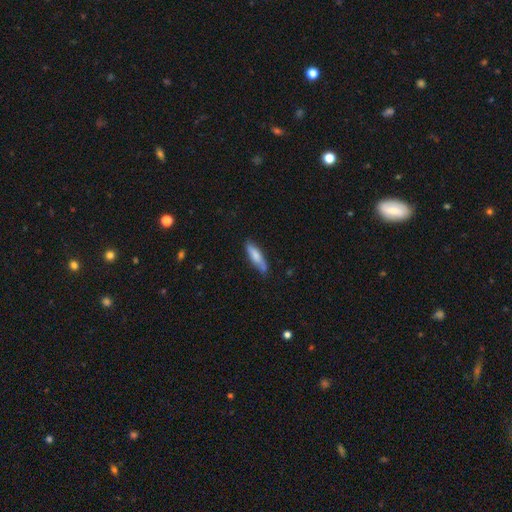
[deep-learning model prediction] A smooth galaxy with no disk features (74%) that is cigar-shaped (70%).

Vote fractions:
- Smooth or featured? smooth: 74% / featured or disk: 21% / star or artifact: 6%
- How rounded? cigar-shaped: 70% / in between: 28% / round: 2%
- Merging? none: 72% / minor disturbance: 20% / merger: 4% / major disturbance: 4%